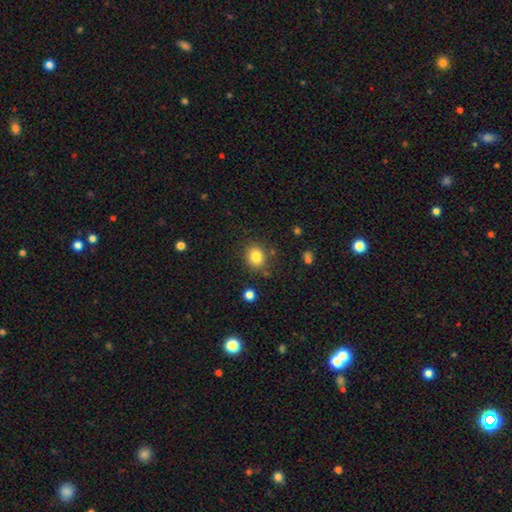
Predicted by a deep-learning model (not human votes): Morphology: type=smooth (83%); roundness=round (67%); merging=none (82%).